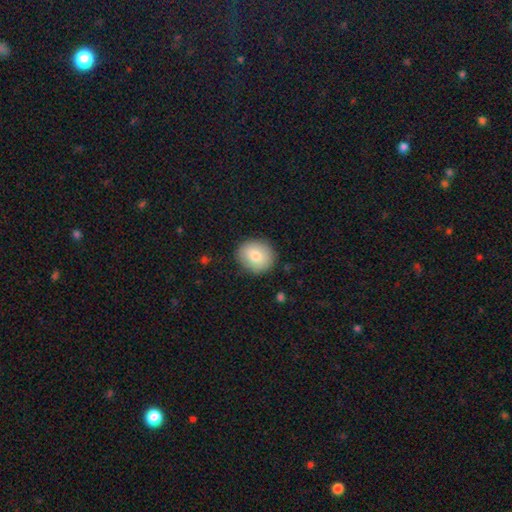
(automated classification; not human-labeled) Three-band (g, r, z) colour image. It shows a smooth galaxy with no disk features (81%) that is round (77%). Merging: none (86%).